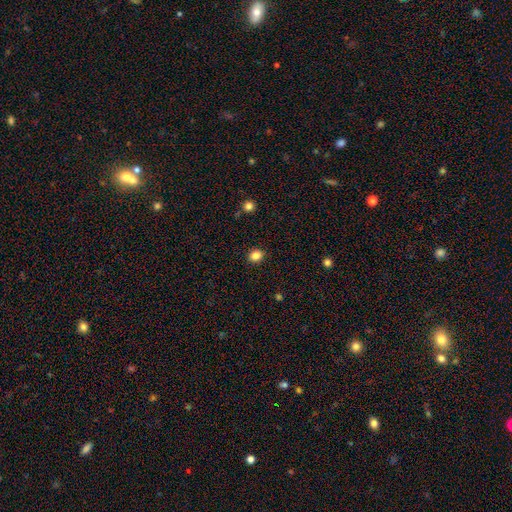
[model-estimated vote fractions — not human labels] A smooth galaxy with no disk features (85%) that is round (56%).

Vote fractions:
- Smooth or featured? smooth: 85% / star or artifact: 11% / featured or disk: 4%
- How rounded? round: 56% / in between: 43% / cigar-shaped: 1%
- Merging? none: 90% / minor disturbance: 7% / major disturbance: 2% / merger: 1%